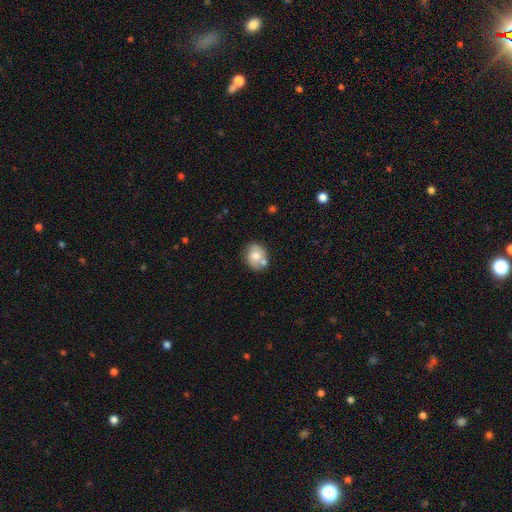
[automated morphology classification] Smooth or featured? Predicted: smooth (p=0.66). How rounded? Predicted: round (p=0.59). Merging? Predicted: none (p=0.56).